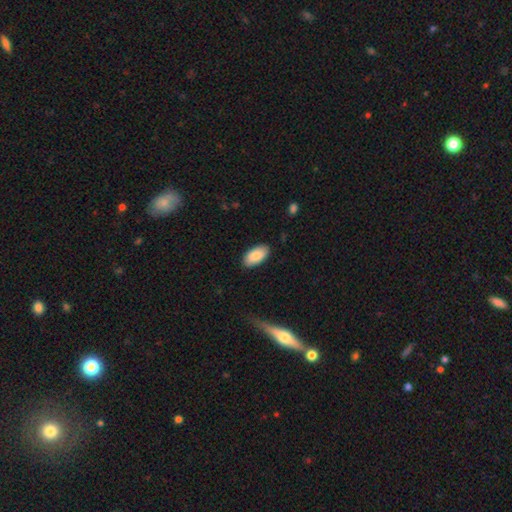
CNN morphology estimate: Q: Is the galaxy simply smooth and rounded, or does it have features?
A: smooth — 87%.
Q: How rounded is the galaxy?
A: in between — 95%.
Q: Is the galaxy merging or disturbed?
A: none — 85%.